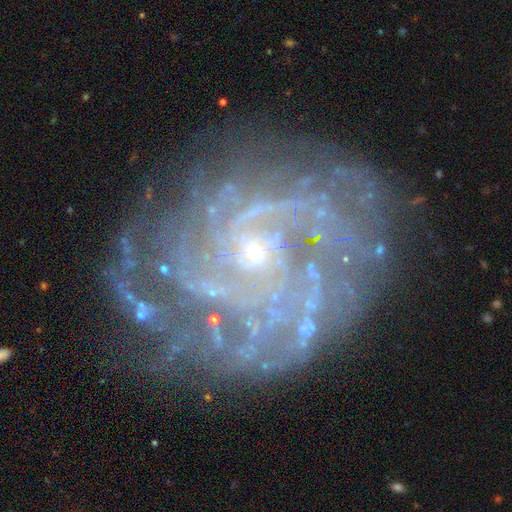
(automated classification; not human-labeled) Morphology: type=featured or disk (89%); edge-on=no (98%); bar=no (71%); spiral arms=yes (97%); winding=tight (69%); arm count=can't tell (24%); bulge=small (82%); merging=none (71%).